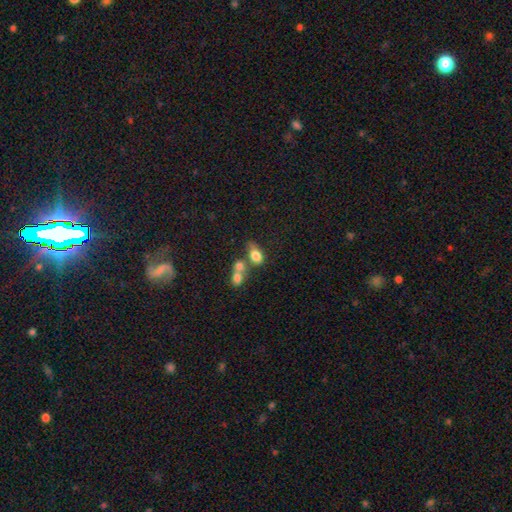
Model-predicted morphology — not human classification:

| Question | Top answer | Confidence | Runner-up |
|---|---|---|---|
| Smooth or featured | smooth | 78% | featured or disk (12%) |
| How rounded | in between | 79% | round (18%) |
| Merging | merger | 48% | none (30%) |